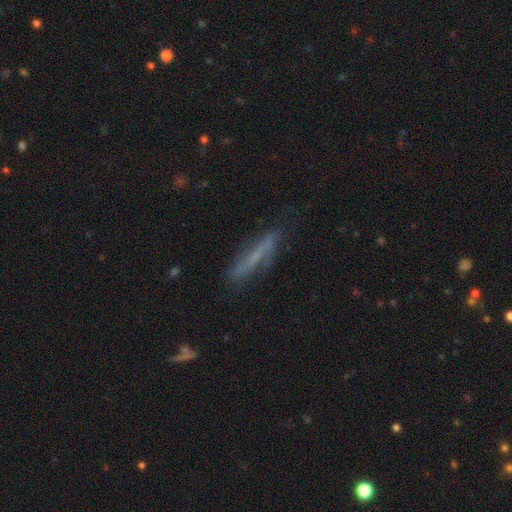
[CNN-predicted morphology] The model was most divided on "smooth or featured" (2-way tie): featured or disk: 45%, smooth: 45%, star or artifact: 10%. More confident: merging — none (72%).